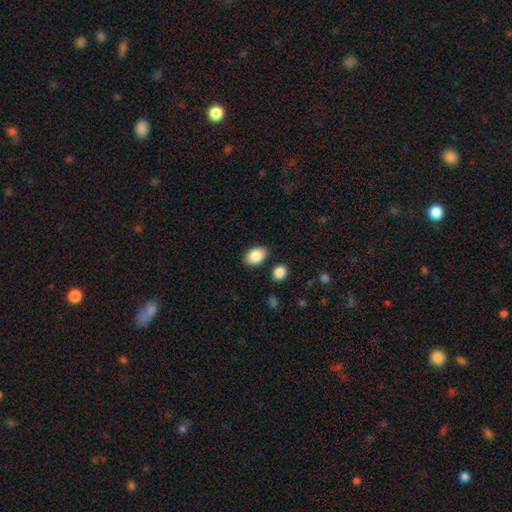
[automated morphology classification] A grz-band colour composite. It shows a smooth galaxy with no disk features (87%) that is in between round and cigar-shaped (84%). Merging: none (84%).